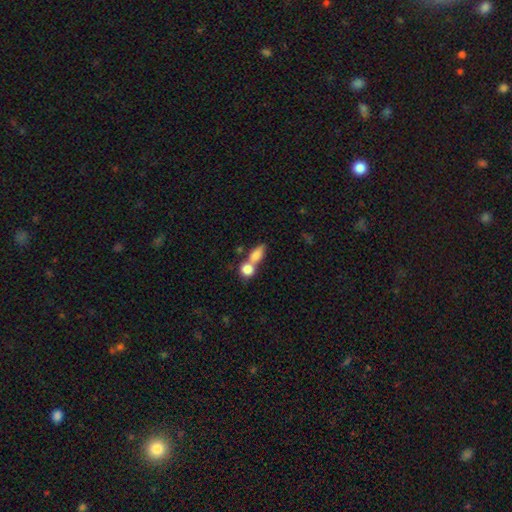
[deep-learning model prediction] Smooth or featured: smooth — 79% (featured or disk — 12%)
How rounded: in between — 63% (round — 27%)
Merging: merger — 61% (none — 27%)